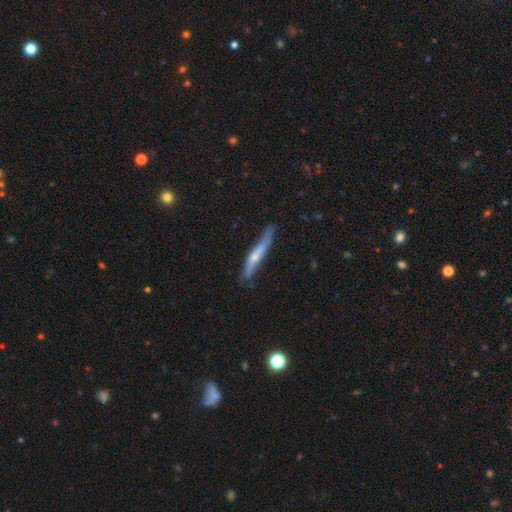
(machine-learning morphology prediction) Overall: featured or disk (50%; smooth 45%). Merging: none (65%; minor disturbance 27%).